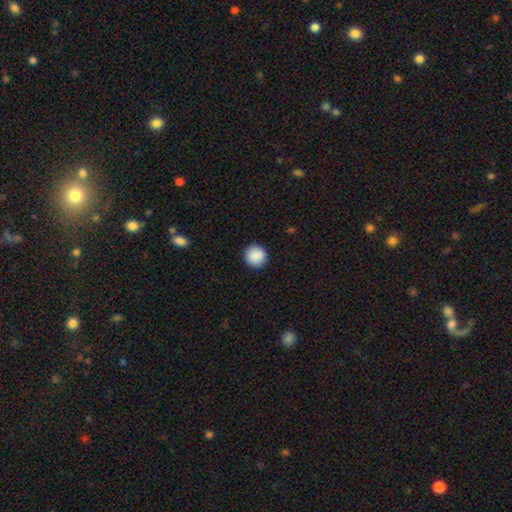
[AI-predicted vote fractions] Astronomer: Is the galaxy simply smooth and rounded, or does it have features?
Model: smooth — 89%.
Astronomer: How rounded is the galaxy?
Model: round — 93%.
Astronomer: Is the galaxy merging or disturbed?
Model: none — 91%.